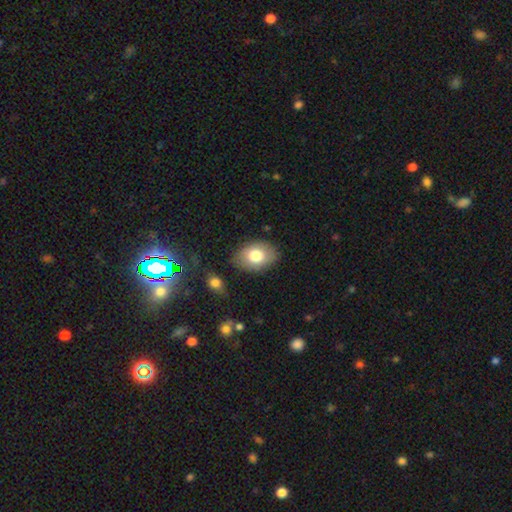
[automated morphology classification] Smooth or featured? smooth (77%)
How rounded? in between (81%)
Merging? none (82%)